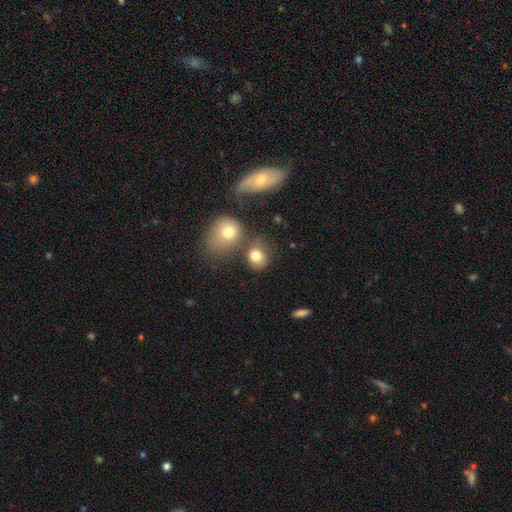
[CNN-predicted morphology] type=smooth (79%); roundness=round (63%); merging=none (51%).